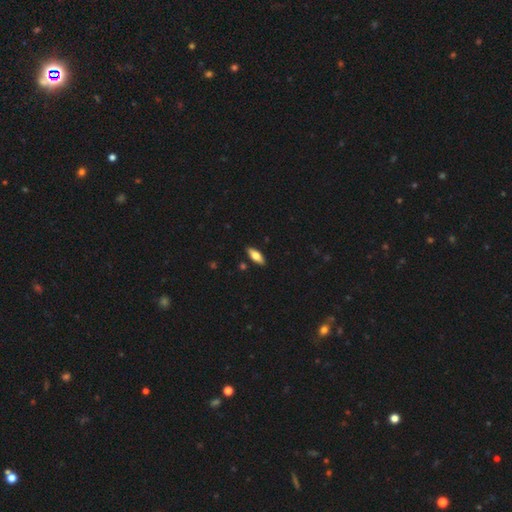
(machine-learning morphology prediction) Overall: smooth (72%). How rounded: in between (74%). Merging: none (88%).